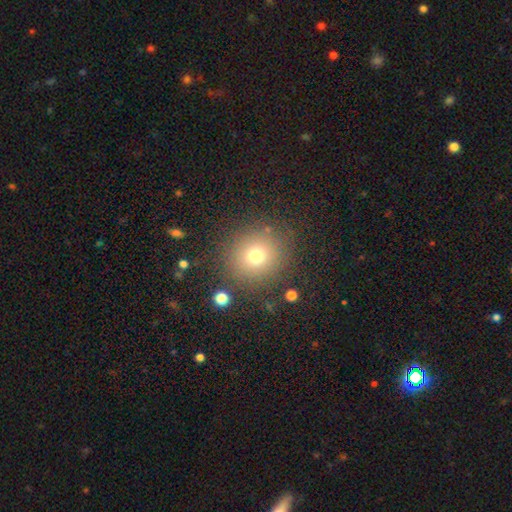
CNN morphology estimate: Smooth or featured: smooth — 72% (star or artifact — 17%)
How rounded: round — 89% (in between — 10%)
Merging: none — 84% (minor disturbance — 9%)